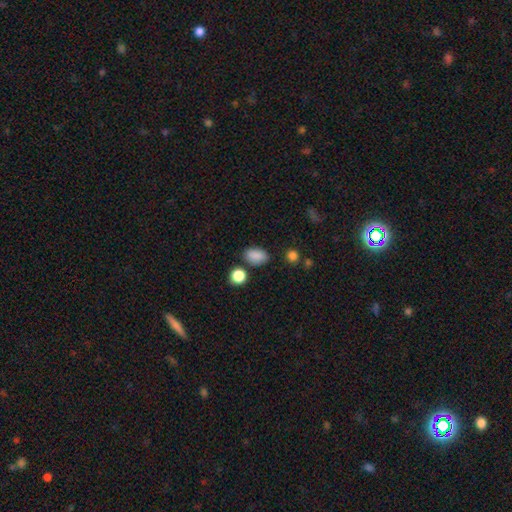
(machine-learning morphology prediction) smooth_or_featured: smooth (p=0.86) [alt: star or artifact p=0.10]
how_rounded: in between (p=0.85) [alt: round p=0.13]
merging: none (p=0.78) [alt: minor disturbance p=0.13]